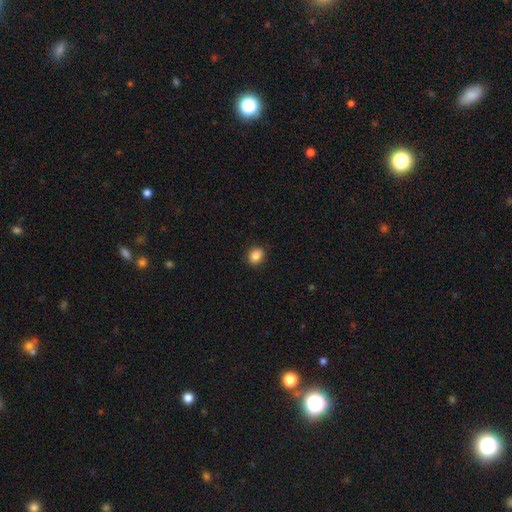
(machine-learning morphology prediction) Smooth or featured: smooth — 87% (star or artifact — 9%)
How rounded: round — 62% (in between — 37%)
Merging: none — 89% (minor disturbance — 8%)